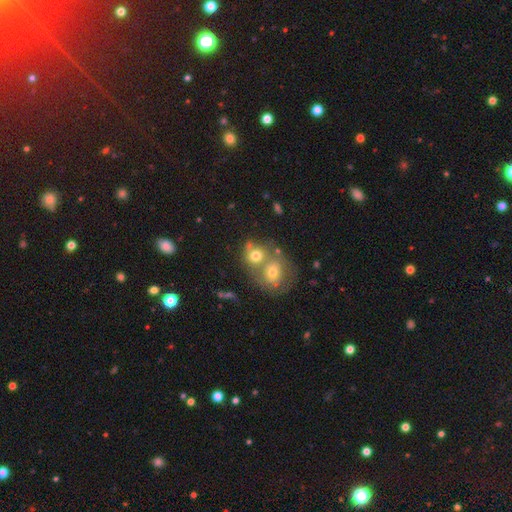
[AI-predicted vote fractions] This is likely a smooth galaxy (64%). How rounded: likely round (71%). Merging: possibly merger (60%).